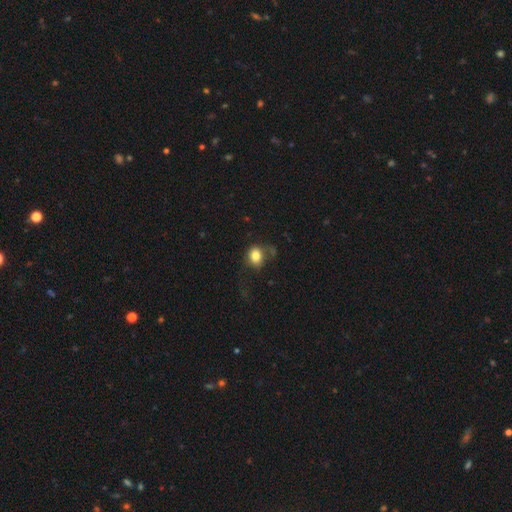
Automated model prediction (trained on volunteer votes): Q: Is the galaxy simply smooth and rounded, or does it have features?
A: smooth — 82%.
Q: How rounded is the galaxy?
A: round — 51%.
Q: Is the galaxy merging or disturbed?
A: none — 54%.